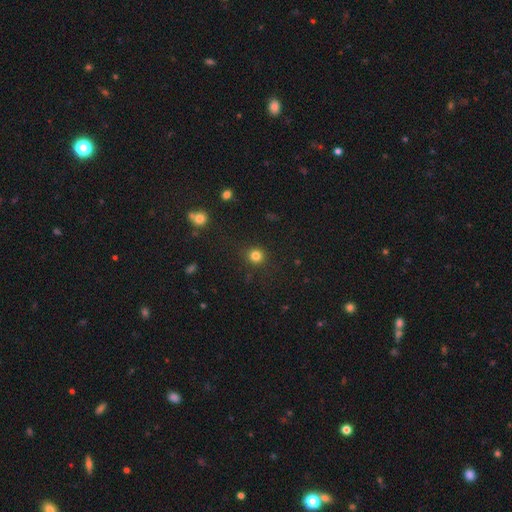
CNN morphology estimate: Smooth or featured? Predicted: smooth (p=0.82). How rounded? Predicted: round (p=0.91). Merging? Predicted: none (p=0.89).